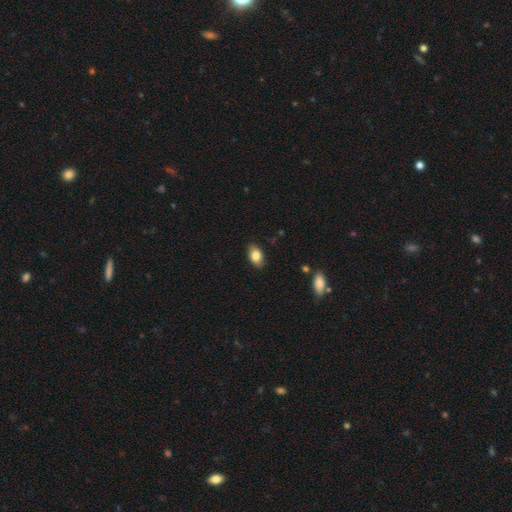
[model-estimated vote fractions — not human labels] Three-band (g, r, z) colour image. It shows a smooth galaxy with no disk features (83%) that is in between round and cigar-shaped (91%). Merging: none (86%).